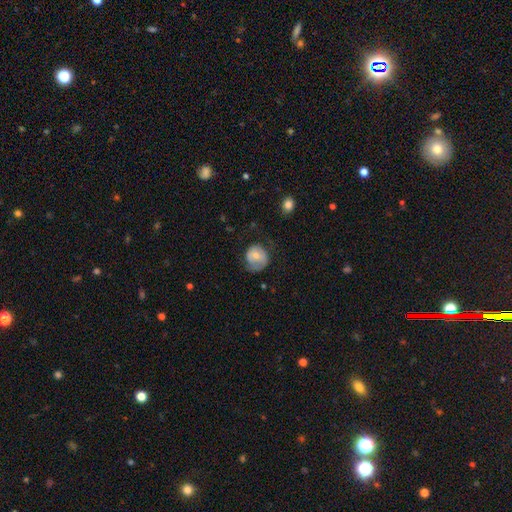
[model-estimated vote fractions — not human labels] Smooth or featured: smooth — 64% (featured or disk — 28%)
How rounded: round — 75% (in between — 24%)
Merging: none — 49% (minor disturbance — 31%)